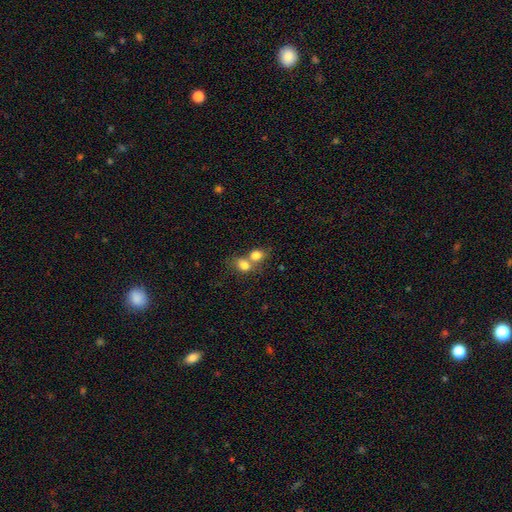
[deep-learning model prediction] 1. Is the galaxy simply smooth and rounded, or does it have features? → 79% smooth, 11% featured or disk, 10% star or artifact.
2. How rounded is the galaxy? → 54% round, 45% in between, 1% cigar-shaped.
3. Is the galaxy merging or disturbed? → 64% merger, 26% none, 7% minor disturbance, 4% major disturbance.